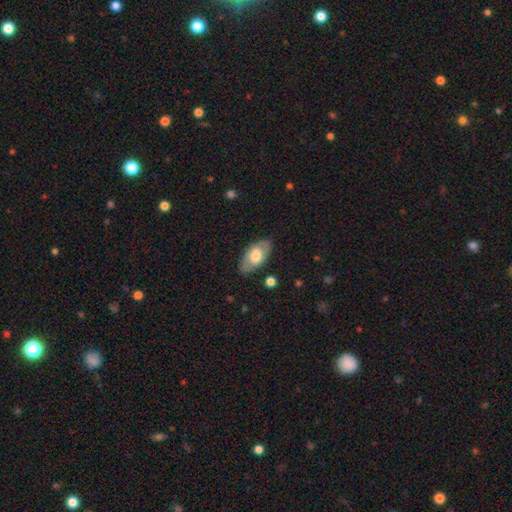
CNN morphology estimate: smooth 49%, featured or disk 45%, star or artifact 6%. Down the decision tree: merging — none (82%).